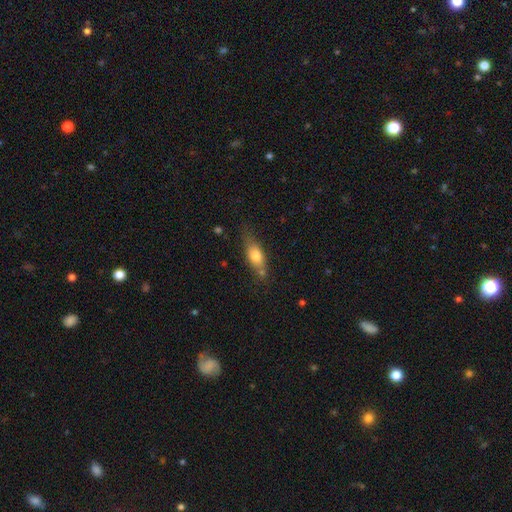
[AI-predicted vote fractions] smooth-or-featured: smooth: 72% | featured or disk: 21% | star or artifact: 8%
  how-rounded: in between: 72% | cigar-shaped: 22% | round: 6%
  merging: none: 60% | minor disturbance: 24% | merger: 9% | major disturbance: 7%